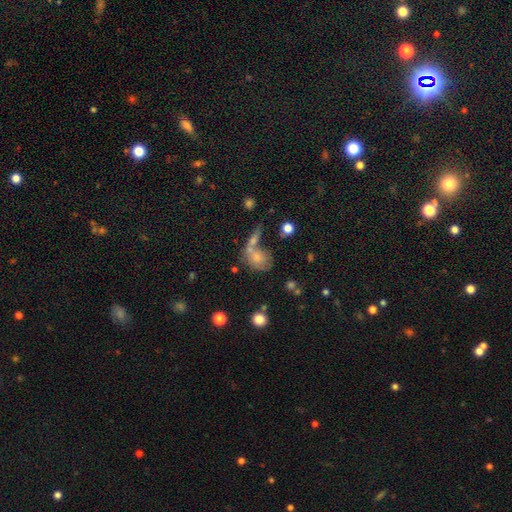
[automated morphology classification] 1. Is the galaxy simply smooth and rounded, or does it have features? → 65% smooth, 23% featured or disk, 12% star or artifact.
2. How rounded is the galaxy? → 51% in between, 47% round, 3% cigar-shaped.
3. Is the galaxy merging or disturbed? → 40% merger, 33% none, 15% minor disturbance, 12% major disturbance.